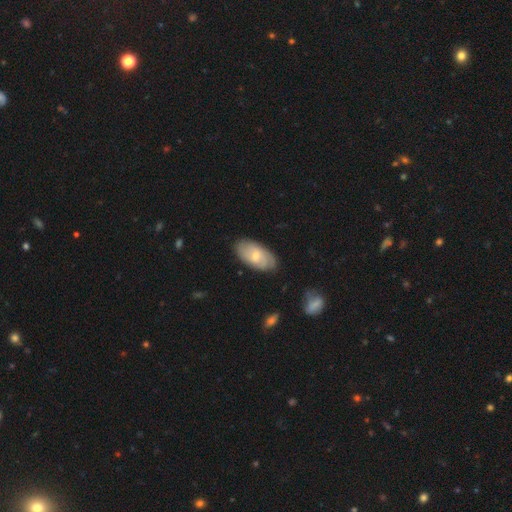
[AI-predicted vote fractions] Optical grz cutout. It shows a smooth galaxy with no disk features (50%). Merging: none (81%).